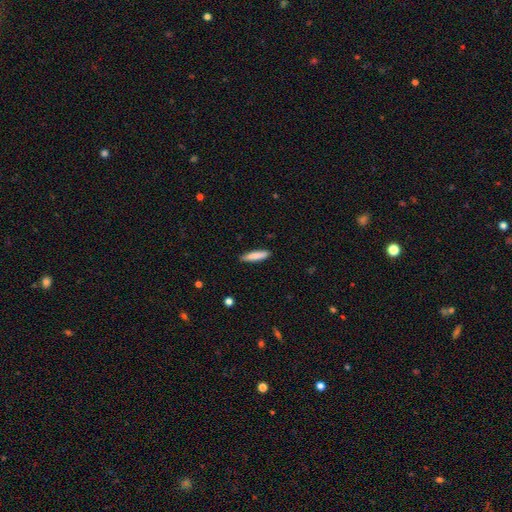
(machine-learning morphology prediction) smooth_or_featured: smooth (p=0.83) [alt: featured or disk p=0.11]
how_rounded: cigar-shaped (p=0.82) [alt: in between p=0.17]
merging: none (p=0.88) [alt: minor disturbance p=0.10]